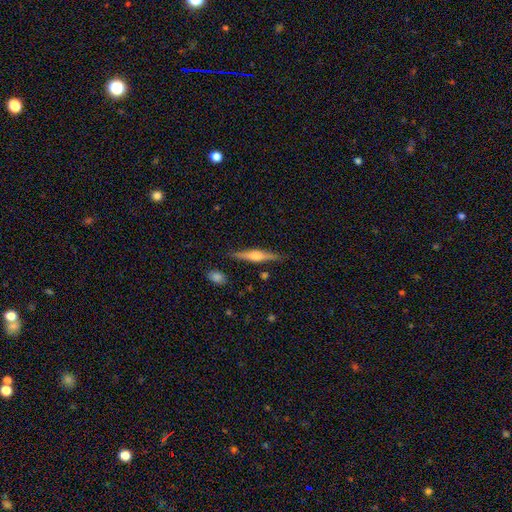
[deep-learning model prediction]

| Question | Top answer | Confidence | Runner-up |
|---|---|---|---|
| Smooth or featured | featured or disk | 71% | smooth (23%) |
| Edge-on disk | yes | 98% | no (2%) |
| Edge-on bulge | rounded | 82% | boxy (13%) |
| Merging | none | 88% | minor disturbance (9%) |